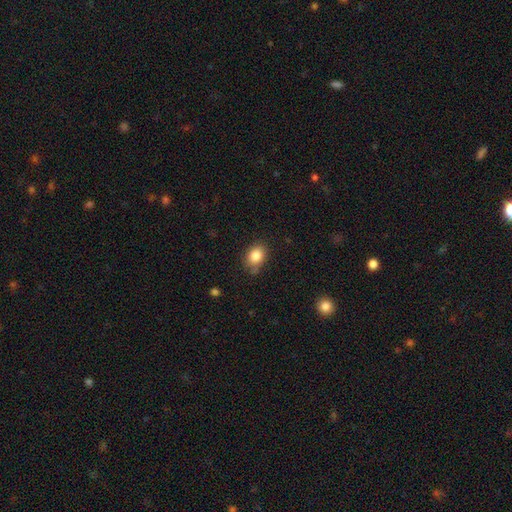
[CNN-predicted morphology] The model was most divided on "how rounded": in between: 63%, round: 36%, cigar-shaped: 1%. More confident: smooth or featured — smooth (84%); merging — none (73%).